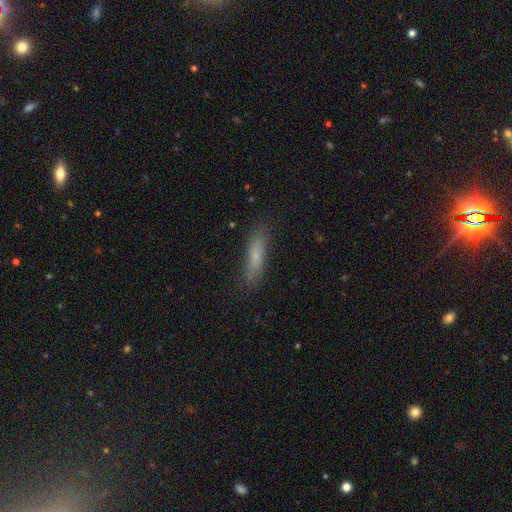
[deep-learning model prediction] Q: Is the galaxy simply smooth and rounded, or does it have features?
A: smooth — 72%.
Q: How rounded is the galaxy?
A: cigar-shaped — 77%.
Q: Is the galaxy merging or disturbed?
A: none — 83%.